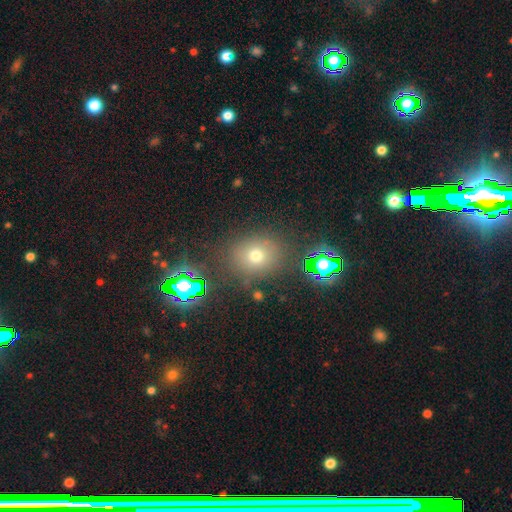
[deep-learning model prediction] Overall: smooth (64%; star or artifact 25%). How rounded: round (72%). Merging: none (80%).